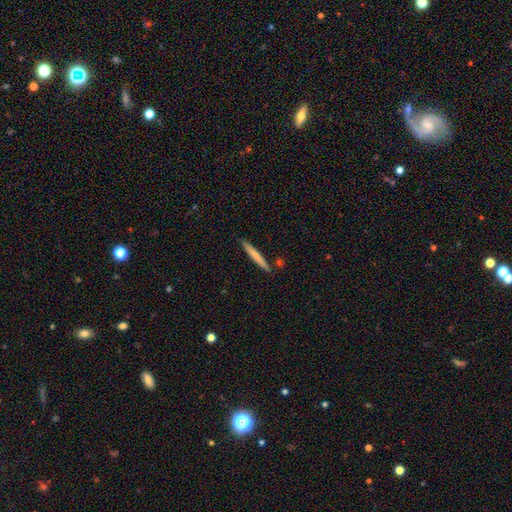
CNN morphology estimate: A smooth galaxy with no disk features (69%) that is cigar-shaped (96%). Merging: none (88%).